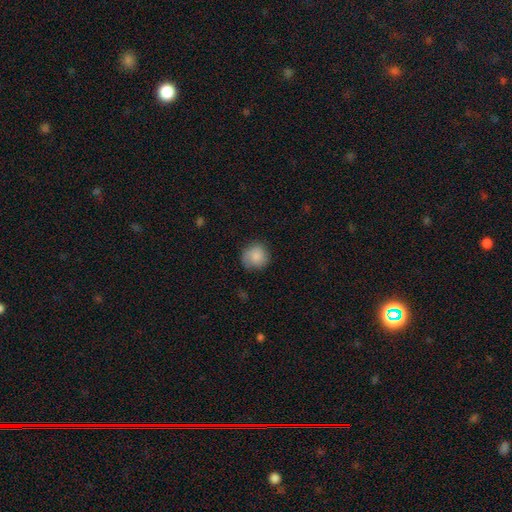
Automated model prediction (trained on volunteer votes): The model was most divided on "merging": none: 78%, minor disturbance: 17%, major disturbance: 4%, merger: 1%. More confident: how rounded — round (90%); smooth or featured — smooth (81%).